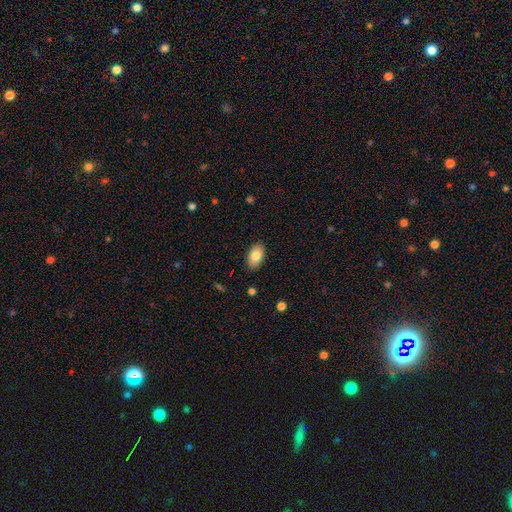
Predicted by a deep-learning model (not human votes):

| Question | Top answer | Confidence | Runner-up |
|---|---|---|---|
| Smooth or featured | smooth | 82% | featured or disk (11%) |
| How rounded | in between | 93% | round (6%) |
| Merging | none | 88% | minor disturbance (9%) |